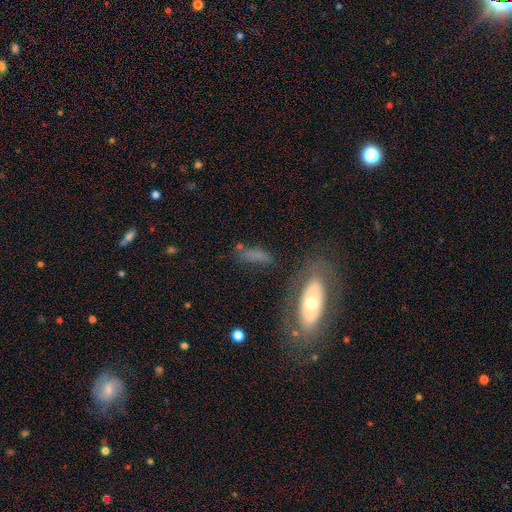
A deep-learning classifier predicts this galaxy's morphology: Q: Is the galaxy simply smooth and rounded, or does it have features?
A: smooth — 57%.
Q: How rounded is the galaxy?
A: in between — 56%.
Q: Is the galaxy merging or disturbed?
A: none — 60%.